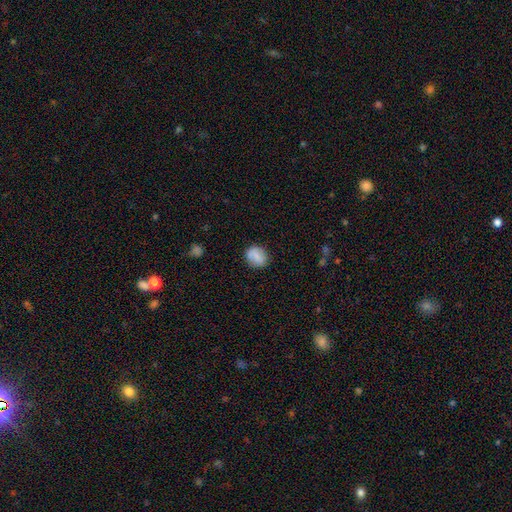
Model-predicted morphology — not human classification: smooth-or-featured: smooth: 79% | featured or disk: 13% | star or artifact: 8%
  how-rounded: round: 63% | in between: 36% | cigar-shaped: 1%
  merging: none: 82% | minor disturbance: 13% | major disturbance: 3% | merger: 2%